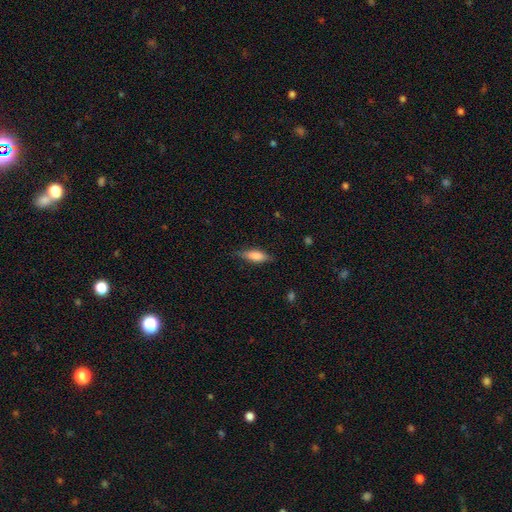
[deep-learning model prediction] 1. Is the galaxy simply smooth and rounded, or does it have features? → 72% smooth, 22% featured or disk, 7% star or artifact.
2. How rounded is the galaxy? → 56% in between, 42% cigar-shaped, 2% round.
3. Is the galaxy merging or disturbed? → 78% none, 17% minor disturbance, 4% major disturbance, 1% merger.